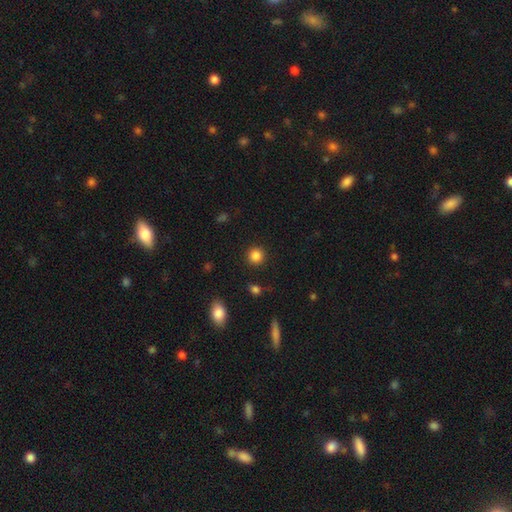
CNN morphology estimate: A smooth galaxy with no disk features (85%) that is round (92%).

Vote fractions:
- Smooth or featured? smooth: 85% / star or artifact: 11% / featured or disk: 4%
- How rounded? round: 92% / in between: 7% / cigar-shaped: 1%
- Merging? none: 91% / minor disturbance: 5% / major disturbance: 2% / merger: 1%